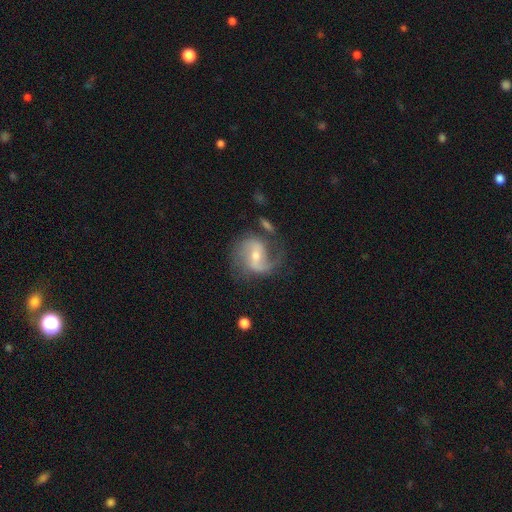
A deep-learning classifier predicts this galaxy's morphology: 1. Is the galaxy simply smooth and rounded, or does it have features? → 83% featured or disk, 11% smooth, 6% star or artifact.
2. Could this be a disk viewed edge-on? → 97% no, 3% yes.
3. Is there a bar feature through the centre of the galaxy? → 49% weak, 26% strong, 25% no.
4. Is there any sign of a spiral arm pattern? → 94% yes, 6% no.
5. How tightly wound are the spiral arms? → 44% medium, 43% loose, 13% tight.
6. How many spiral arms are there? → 78% 2, 13% 1, 5% can't tell, 2% 3, 1% 4, 1% more than 4.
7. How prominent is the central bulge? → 50% moderate, 45% small, 2% large, 2% none, 1% dominant.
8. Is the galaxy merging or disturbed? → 60% none, 21% minor disturbance, 15% major disturbance, 5% merger.